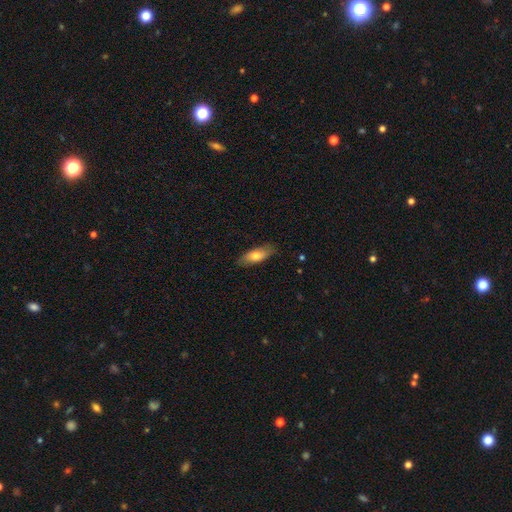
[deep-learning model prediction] Smooth or featured? smooth (70%)
How rounded? in between (72%)
Merging? none (82%)